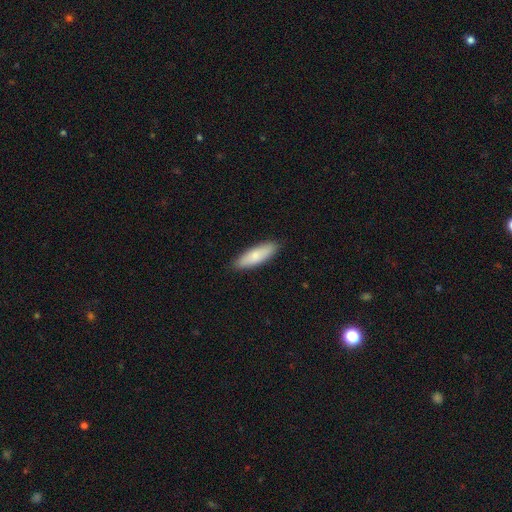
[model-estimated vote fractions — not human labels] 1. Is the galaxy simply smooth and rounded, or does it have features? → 79% smooth, 15% featured or disk, 5% star or artifact.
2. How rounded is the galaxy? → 50% cigar-shaped, 48% in between, 2% round.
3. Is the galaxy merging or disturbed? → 88% none, 9% minor disturbance, 2% major disturbance, 1% merger.